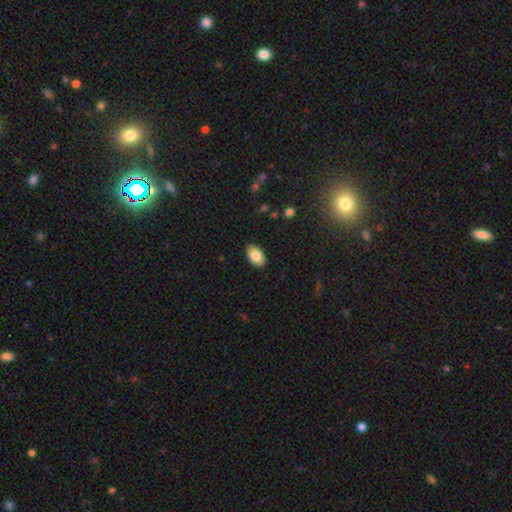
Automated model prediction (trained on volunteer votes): A smooth galaxy with no disk features (84%) that is in between round and cigar-shaped (93%).

Vote fractions:
- Smooth or featured? smooth: 84% / featured or disk: 9% / star or artifact: 7%
- How rounded? in between: 93% / round: 6% / cigar-shaped: 1%
- Merging? none: 89% / minor disturbance: 8% / major disturbance: 2% / merger: 1%